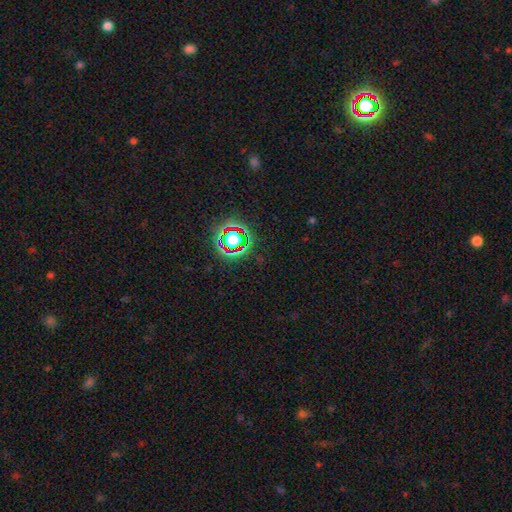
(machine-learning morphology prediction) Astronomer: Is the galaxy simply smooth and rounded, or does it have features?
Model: star or artifact — 77%.